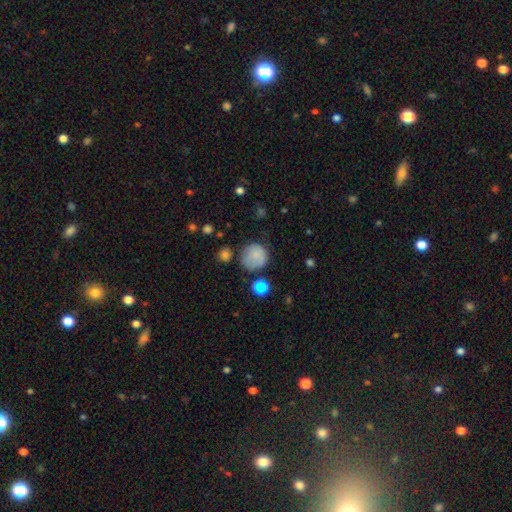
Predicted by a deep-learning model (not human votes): Smooth or featured?
  - smooth: 79% *
  - star or artifact: 11%
  - featured or disk: 10%
How rounded?
  - round: 87% *
  - in between: 12%
  - cigar-shaped: 1%
Merging?
  - none: 57% *
  - minor disturbance: 26%
  - major disturbance: 11%
  - merger: 5%